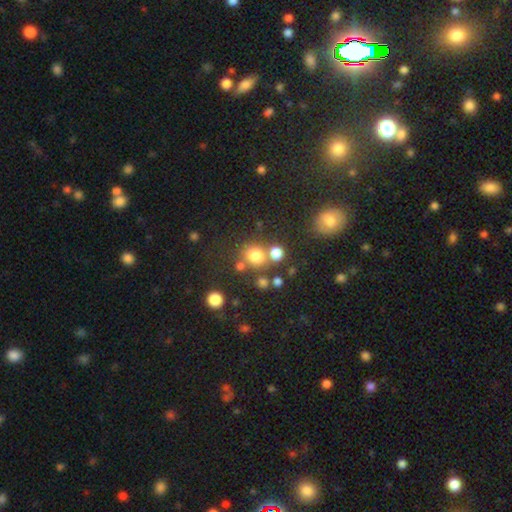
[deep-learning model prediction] Smooth or featured? Predicted: smooth (p=0.75). How rounded? Predicted: round (p=0.78). Merging? Predicted: none (p=0.63).